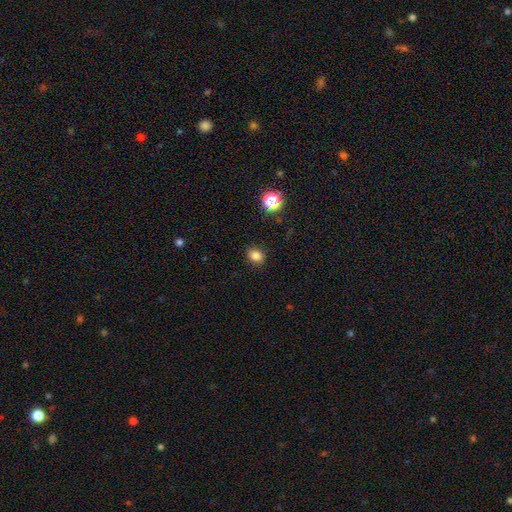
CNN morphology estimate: A smooth galaxy with no disk features (83%) that is round (58%).

Vote fractions:
- Smooth or featured? smooth: 83% / star or artifact: 13% / featured or disk: 4%
- How rounded? round: 58% / in between: 41% / cigar-shaped: 1%
- Merging? none: 88% / minor disturbance: 8% / major disturbance: 2% / merger: 1%